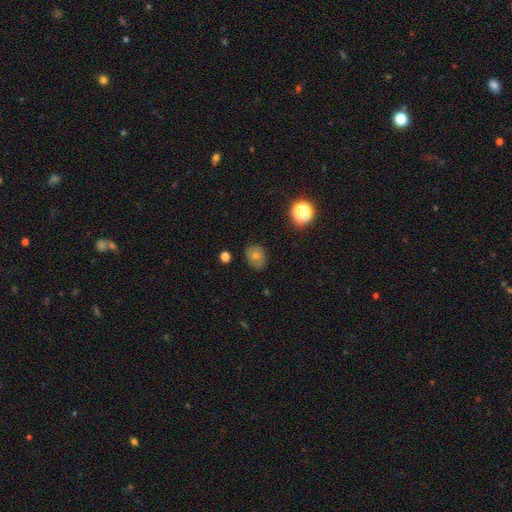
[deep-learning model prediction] smooth_or_featured: smooth (p=0.57) [alt: featured or disk p=0.25]
how_rounded: round (p=0.54) [alt: in between p=0.45]
merging: none (p=0.77) [alt: minor disturbance p=0.17]